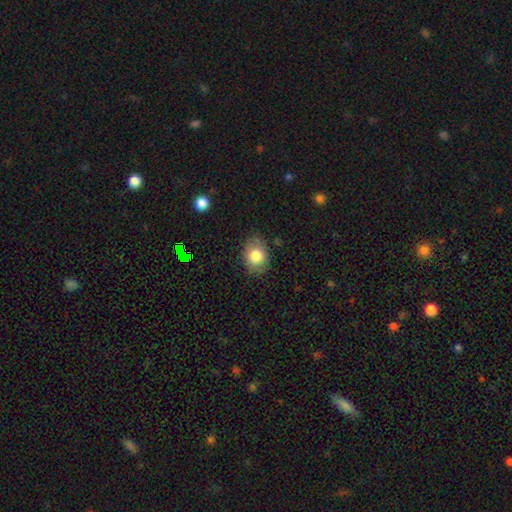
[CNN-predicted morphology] This appears to be a smooth galaxy with no disk features (79%) that is in between round and cigar-shaped (64%). Merging: none (78%).